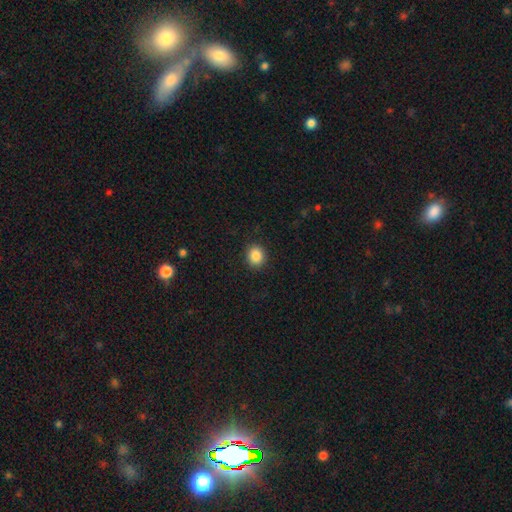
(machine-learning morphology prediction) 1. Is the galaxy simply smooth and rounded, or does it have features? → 87% smooth, 9% star or artifact, 4% featured or disk.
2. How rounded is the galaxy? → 72% round, 27% in between, 1% cigar-shaped.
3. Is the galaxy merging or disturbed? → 90% none, 7% minor disturbance, 2% major disturbance, 1% merger.